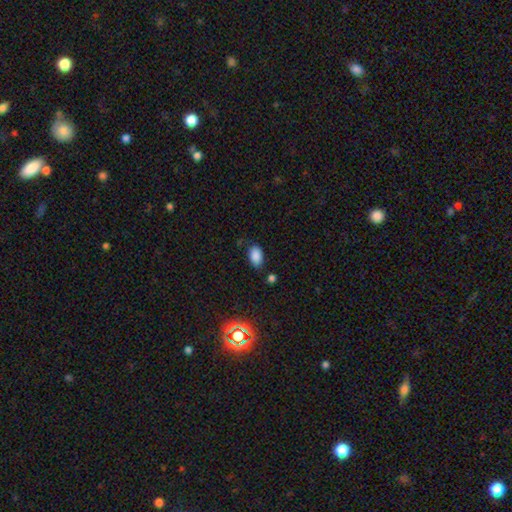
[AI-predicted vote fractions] smooth_or_featured: smooth (p=0.86) [alt: star or artifact p=0.10]
how_rounded: in between (p=0.91) [alt: round p=0.08]
merging: none (p=0.75) [alt: minor disturbance p=0.17]